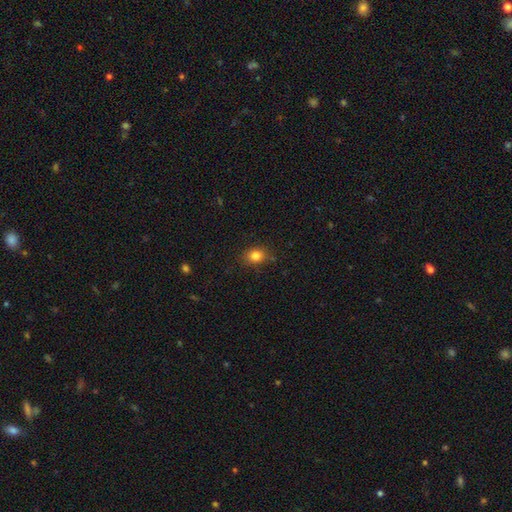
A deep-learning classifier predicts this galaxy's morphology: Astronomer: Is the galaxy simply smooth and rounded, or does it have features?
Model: smooth — 82%.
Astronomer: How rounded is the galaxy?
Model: round — 50% (runner-up: in between, 49%).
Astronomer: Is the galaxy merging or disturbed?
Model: none — 81%.